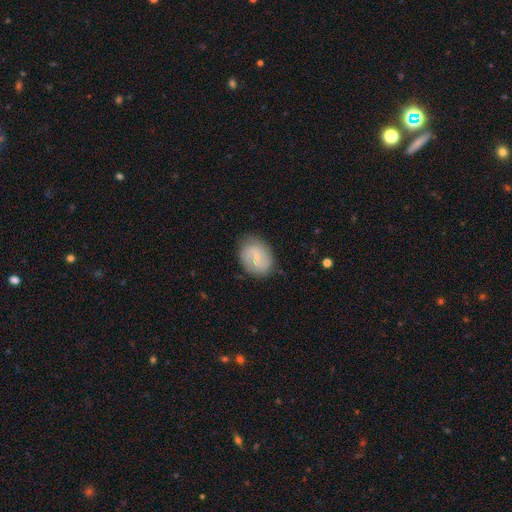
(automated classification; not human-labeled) smooth-or-featured: featured or disk: 60% | smooth: 32% | star or artifact: 8%
  disk-edge-on: no: 97% | yes: 3%
    bar: weak: 56% | no: 25% | strong: 19%
    has-spiral-arms: yes: 83% | no: 17%
    bulge-size: small: 68% | moderate: 19% | none: 11% | large: 1% | dominant: 1%
  merging: none: 80% | minor disturbance: 15% | major disturbance: 4% | merger: 1%